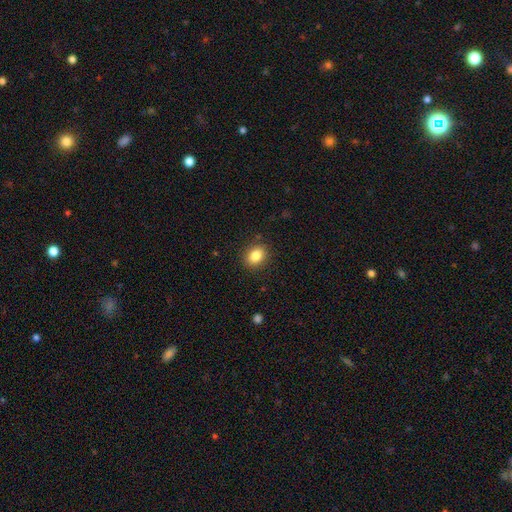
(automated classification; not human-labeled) This is clearly a smooth galaxy (85%). How rounded: possibly in between (55%). Merging: clearly none (88%).